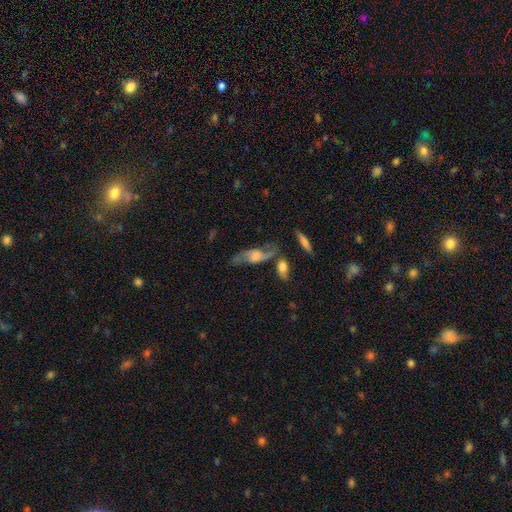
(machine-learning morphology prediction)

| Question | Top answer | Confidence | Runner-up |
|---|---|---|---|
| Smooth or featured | featured or disk | 71% | smooth (22%) |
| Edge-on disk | no | 80% | yes (20%) |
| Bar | no | 58% | weak (34%) |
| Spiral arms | yes | 89% | no (11%) |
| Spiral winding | loose | 72% | medium (22%) |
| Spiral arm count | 2 | 89% | can't tell (5%) |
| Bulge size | moderate | 37% | small (31%) |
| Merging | none | 56% | minor disturbance (21%) |